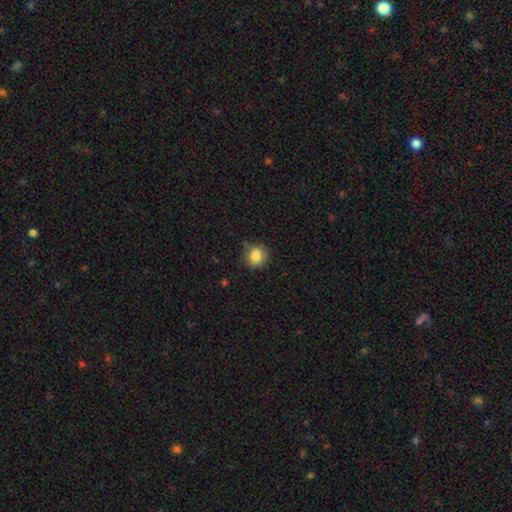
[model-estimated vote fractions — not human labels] Smooth or featured: smooth — 85% (star or artifact — 10%)
How rounded: round — 78% (in between — 21%)
Merging: none — 78% (minor disturbance — 17%)